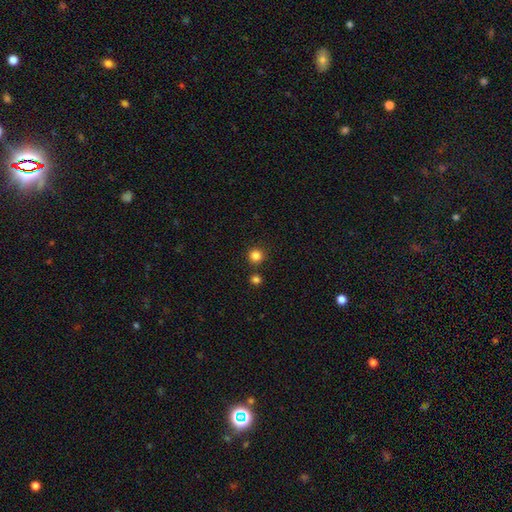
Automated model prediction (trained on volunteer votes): Smooth or featured? Predicted: smooth (p=0.83). How rounded? Predicted: round (p=0.95). Merging? Predicted: none (p=0.86).